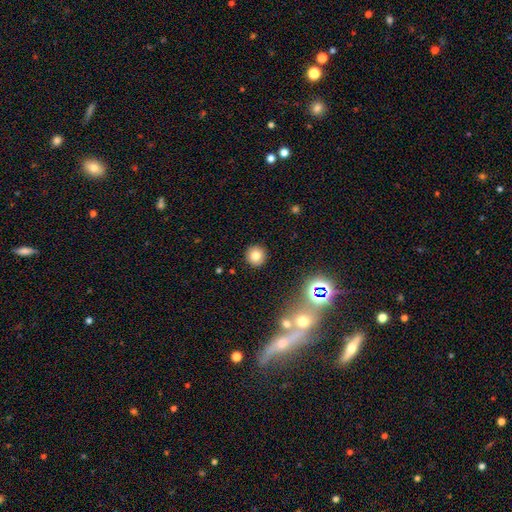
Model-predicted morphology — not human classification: smooth_or_featured: smooth (p=0.78) [alt: star or artifact p=0.14]
how_rounded: round (p=0.94) [alt: in between p=0.05]
merging: none (p=0.92) [alt: minor disturbance p=0.05]